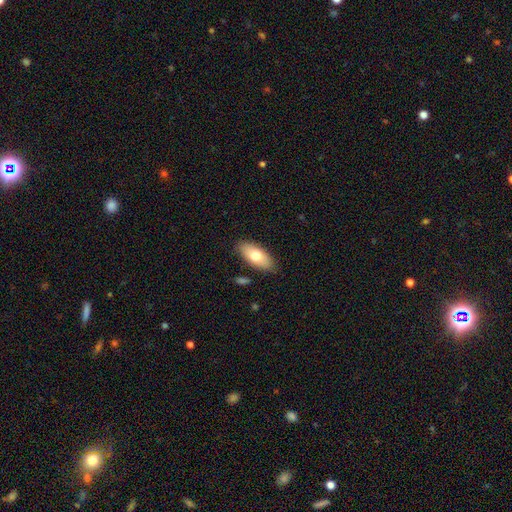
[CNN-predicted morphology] Smooth or featured: smooth — 72% (featured or disk — 22%)
How rounded: in between — 87% (cigar-shaped — 10%)
Merging: none — 85% (minor disturbance — 11%)